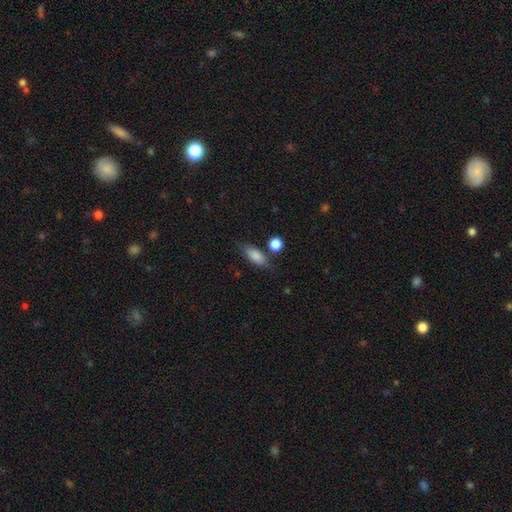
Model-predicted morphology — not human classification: Smooth or featured?
  - smooth: 83% *
  - featured or disk: 10%
  - star or artifact: 8%
How rounded?
  - in between: 78% *
  - cigar-shaped: 16%
  - round: 5%
Merging?
  - none: 70% *
  - minor disturbance: 18%
  - merger: 7%
  - major disturbance: 5%